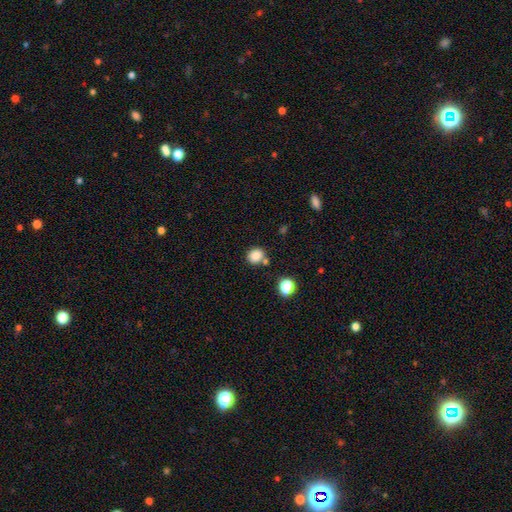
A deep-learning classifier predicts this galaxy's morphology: A smooth galaxy with no disk features (84%) that is round (69%). Merging: none (72%).